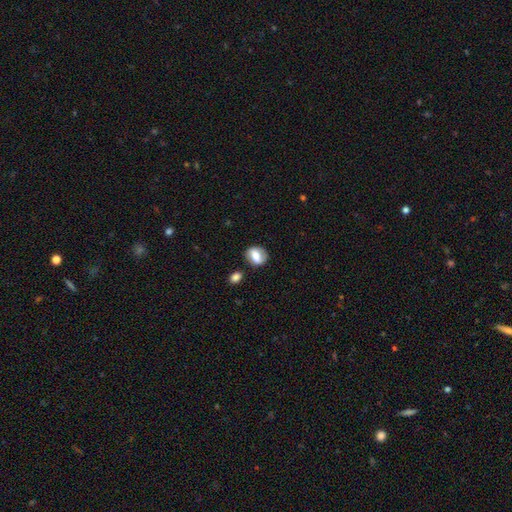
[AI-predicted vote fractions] A smooth galaxy with no disk features (56%) that is in between round and cigar-shaped (52%). Merging: none (71%).